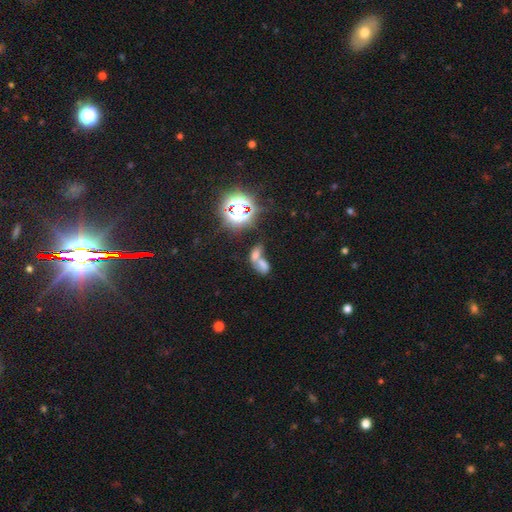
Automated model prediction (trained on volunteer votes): Smooth or featured?
  - smooth: 52% *
  - star or artifact: 28%
  - featured or disk: 20%
How rounded?
  - in between: 81% *
  - round: 14%
  - cigar-shaped: 5%
Merging?
  - merger: 70% *
  - none: 17%
  - major disturbance: 6%
  - minor disturbance: 6%